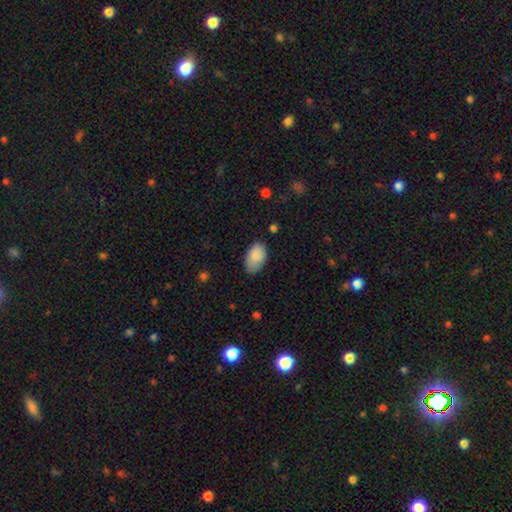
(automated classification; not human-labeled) This is clearly a smooth galaxy (88%). How rounded: clearly in between (94%). Merging: likely none (74%).